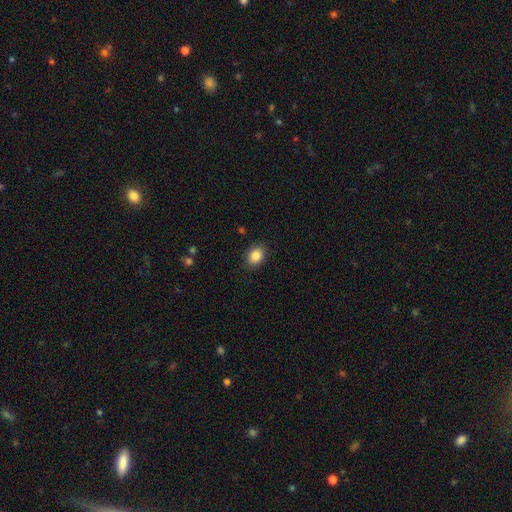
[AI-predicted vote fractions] Morphology: type=smooth (87%); roundness=in between (60%); merging=none (86%).